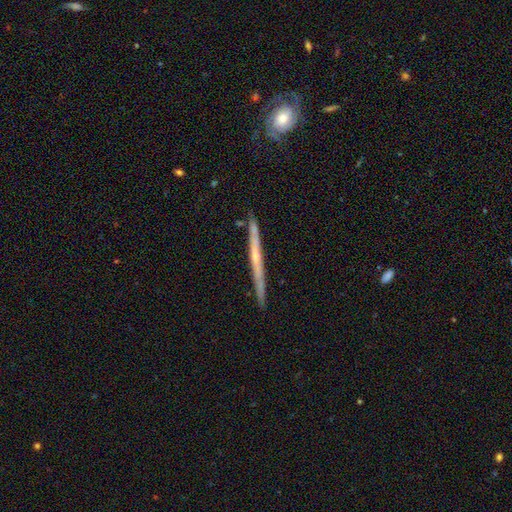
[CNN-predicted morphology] The model was most divided on "edge-on bulge": none: 56%, rounded: 39%, boxy: 5%. More confident: edge-on disk — yes (97%); merging — none (87%); smooth or featured — featured or disk (71%).